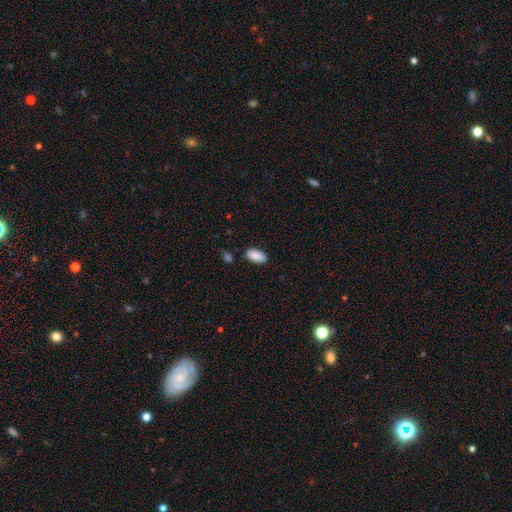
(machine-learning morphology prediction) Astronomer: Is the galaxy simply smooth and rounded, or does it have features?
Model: smooth — 89%.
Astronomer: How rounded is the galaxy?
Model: in between — 94%.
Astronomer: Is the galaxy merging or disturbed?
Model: none — 82%.